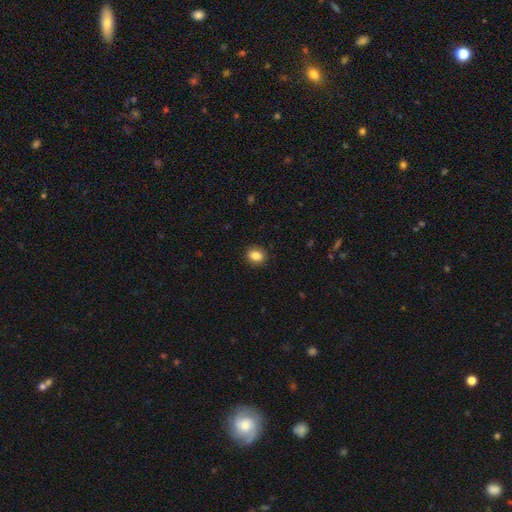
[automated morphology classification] A smooth galaxy with no disk features (86%) that is in between round and cigar-shaped (55%).

Vote fractions:
- Smooth or featured? smooth: 86% / star or artifact: 9% / featured or disk: 5%
- How rounded? in between: 55% / round: 44% / cigar-shaped: 1%
- Merging? none: 89% / minor disturbance: 8% / major disturbance: 2% / merger: 1%